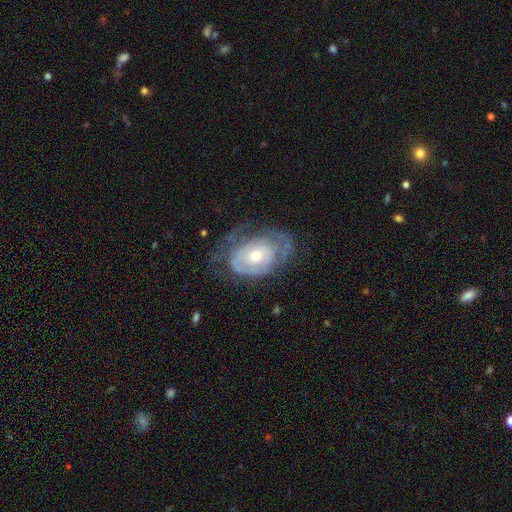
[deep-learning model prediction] A featured or disk galaxy (71%) with no bar (81%), spiral arms (68%) and a moderate central bulge (51%).

Vote fractions:
- Smooth or featured? featured or disk: 71% / smooth: 23% / star or artifact: 6%
- Edge-on disk? no: 95% / yes: 5%
- Bar? no: 81% / weak: 16% / strong: 3%
- Spiral arms? yes: 68% / no: 32%
- Bulge size? moderate: 51% / small: 43% / large: 4% / none: 1% / dominant: 1%
- Merging? none: 51% / minor disturbance: 26% / major disturbance: 22% / merger: 2%